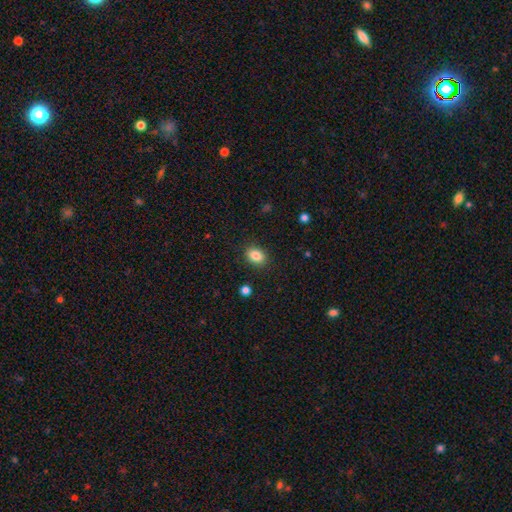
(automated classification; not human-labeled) smooth 85%, star or artifact 9%, featured or disk 5%. Down the decision tree: how rounded — in between (67%); merging — none (88%).